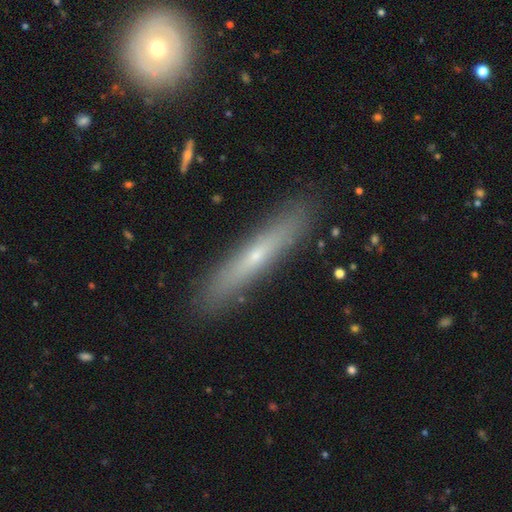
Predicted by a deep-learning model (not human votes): Overall: featured or disk (51%; smooth 40%). Edge-on disk: yes (83%). Merging: none (88%).